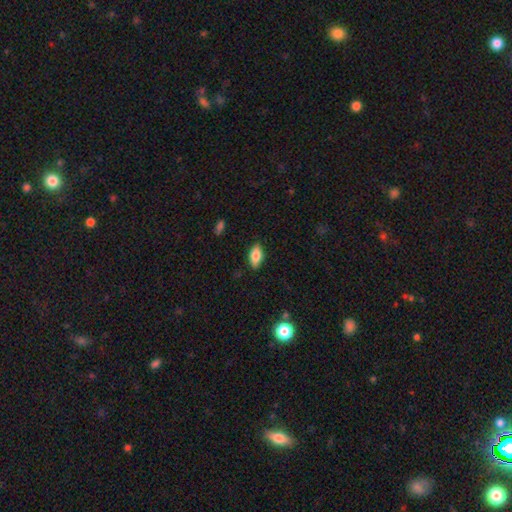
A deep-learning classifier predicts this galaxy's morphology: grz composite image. It shows a smooth galaxy with no disk features (80%) that is in between round and cigar-shaped (89%). Merging: none (86%).